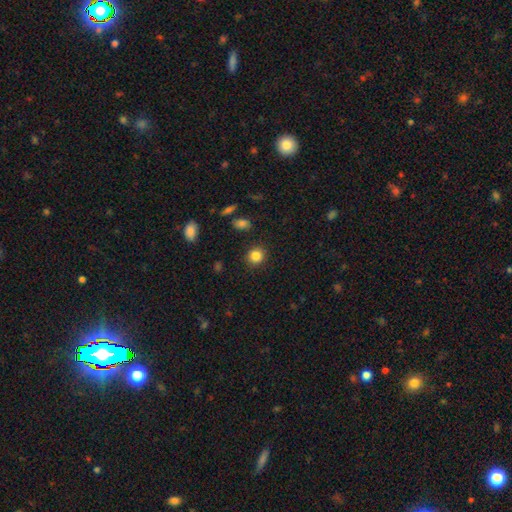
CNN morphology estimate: Smooth or featured? Predicted: smooth (p=0.85). How rounded? Predicted: round (p=0.87). Merging? Predicted: none (p=0.90).